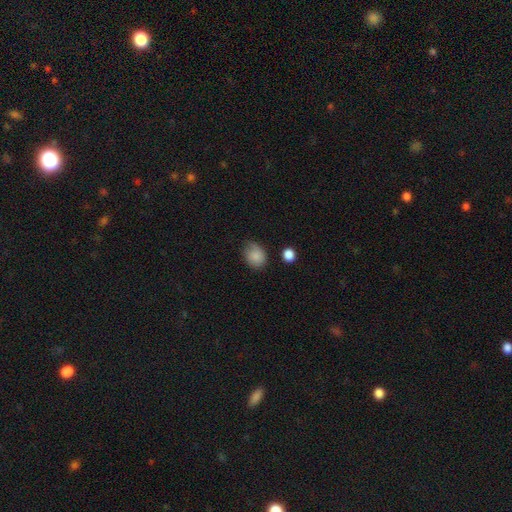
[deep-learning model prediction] Smooth or featured?
  - smooth: 84% *
  - star or artifact: 9%
  - featured or disk: 7%
How rounded?
  - in between: 53% *
  - round: 46%
  - cigar-shaped: 1%
Merging?
  - none: 64% *
  - minor disturbance: 28%
  - major disturbance: 6%
  - merger: 2%